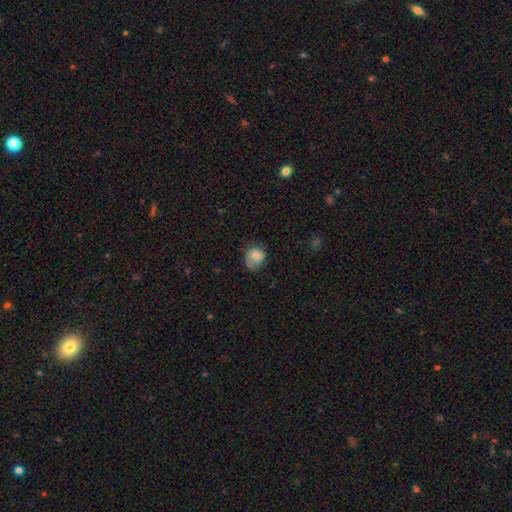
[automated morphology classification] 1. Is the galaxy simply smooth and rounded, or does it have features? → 75% smooth, 16% featured or disk, 9% star or artifact.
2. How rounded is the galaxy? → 63% round, 37% in between, 1% cigar-shaped.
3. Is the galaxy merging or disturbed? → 52% none, 34% minor disturbance, 13% major disturbance, 1% merger.